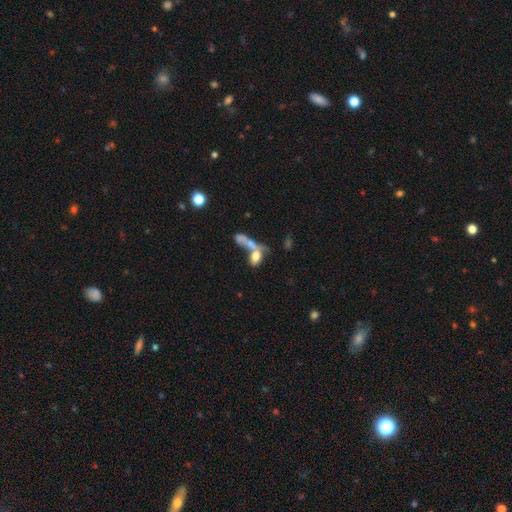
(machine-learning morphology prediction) type=smooth (63%); roundness=in between (64%); merging=merger (55%).